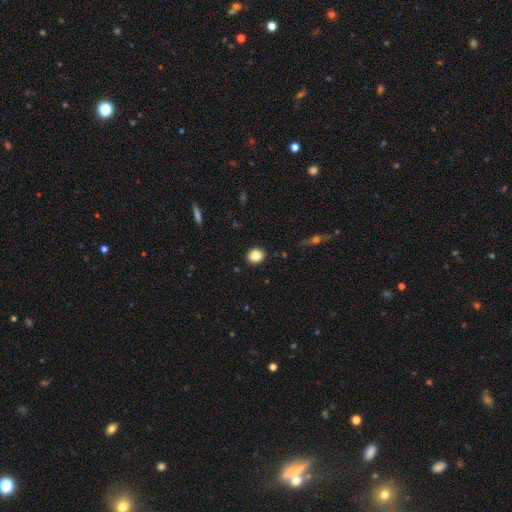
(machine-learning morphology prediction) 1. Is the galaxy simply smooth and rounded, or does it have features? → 84% smooth, 9% star or artifact, 6% featured or disk.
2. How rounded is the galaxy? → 68% round, 31% in between, 1% cigar-shaped.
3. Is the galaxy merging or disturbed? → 90% none, 7% minor disturbance, 2% major disturbance, 1% merger.